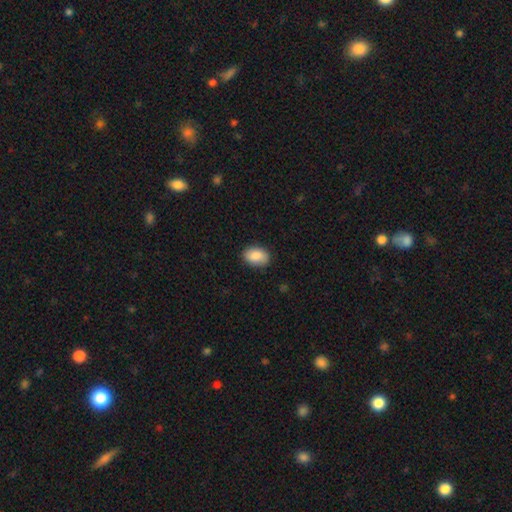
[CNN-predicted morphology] smooth 85%, featured or disk 8%, star or artifact 7%. Down the decision tree: how rounded — in between (83%); merging — none (86%).